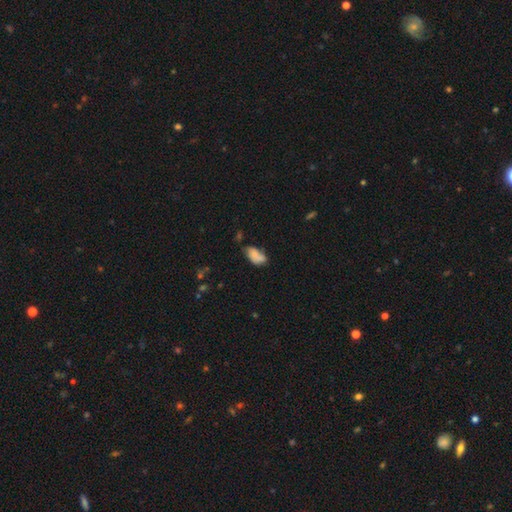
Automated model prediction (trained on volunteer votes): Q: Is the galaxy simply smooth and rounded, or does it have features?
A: smooth — 72%.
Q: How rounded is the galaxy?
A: in between — 91%.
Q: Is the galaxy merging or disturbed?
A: none — 41%.